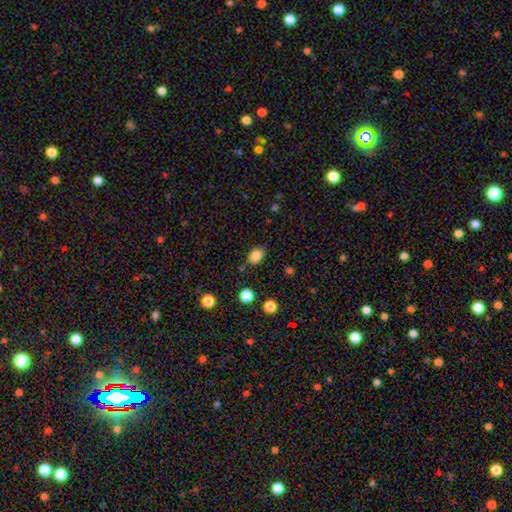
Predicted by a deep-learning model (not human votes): Smooth or featured: smooth — 84% (star or artifact — 10%)
How rounded: in between — 78% (round — 21%)
Merging: none — 81% (minor disturbance — 13%)